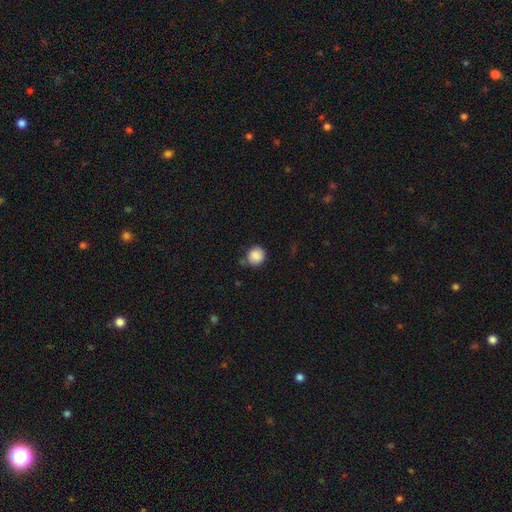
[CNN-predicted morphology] A smooth galaxy with no disk features (87%) that is round (90%). Merging: none (74%).